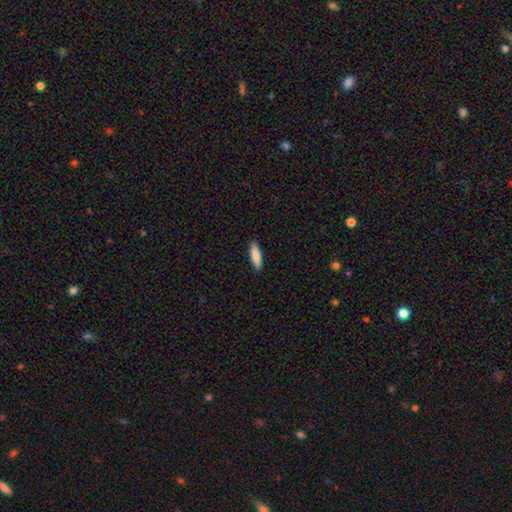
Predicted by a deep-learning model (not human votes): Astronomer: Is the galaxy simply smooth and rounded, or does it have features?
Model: smooth — 86%.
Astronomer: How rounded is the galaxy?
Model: in between — 54% (runner-up: cigar-shaped, 45%).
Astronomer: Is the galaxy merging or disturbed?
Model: none — 90%.